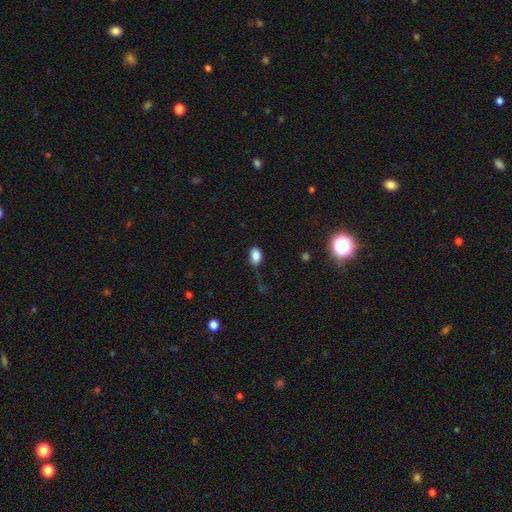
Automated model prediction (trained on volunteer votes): Morphology: type=smooth (86%); roundness=in between (83%); merging=none (61%).